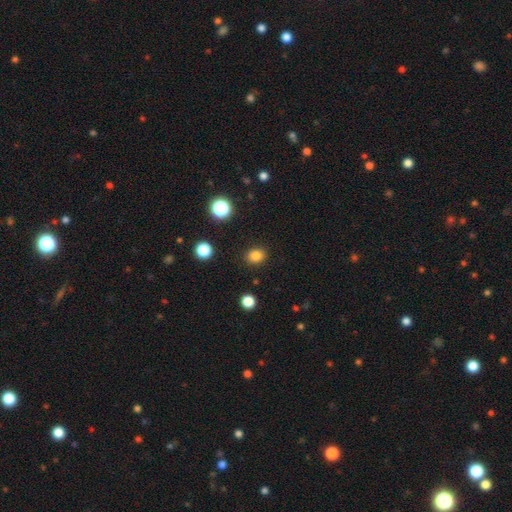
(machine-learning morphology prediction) Smooth or featured? smooth (83%)
How rounded? round (59%)
Merging? none (88%)